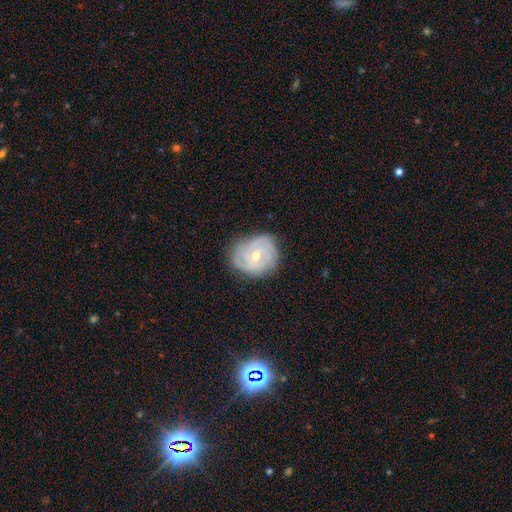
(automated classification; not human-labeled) Smooth or featured?
  - featured or disk: 81% *
  - smooth: 13%
  - star or artifact: 6%
Edge-on disk?
  - no: 97% *
  - yes: 3%
Bar?
  - no: 59% *
  - weak: 34%
  - strong: 7%
Spiral arms?
  - yes: 94% *
  - no: 6%
Spiral winding?
  - tight: 74% *
  - medium: 21%
  - loose: 4%
Spiral arm count?
  - 3: 30% *
  - can't tell: 27%
  - 2: 16%
  - 4: 15%
  - more than 4: 6%
  - 1: 5%
Bulge size?
  - moderate: 51% *
  - small: 47%
  - large: 1%
  - none: 1%
  - dominant: 1%
Merging?
  - none: 79% *
  - minor disturbance: 16%
  - major disturbance: 4%
  - merger: 1%